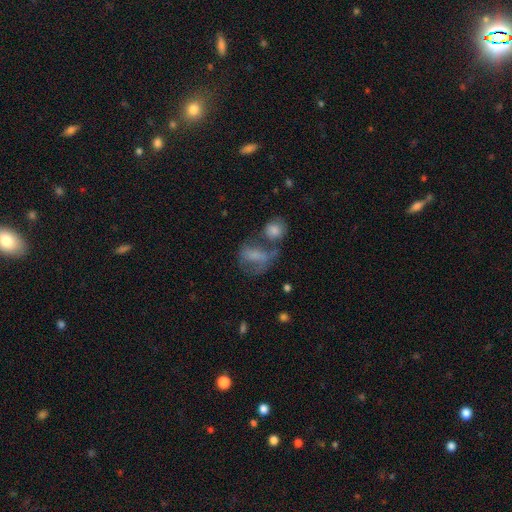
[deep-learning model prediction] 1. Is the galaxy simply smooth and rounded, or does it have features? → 56% smooth, 31% featured or disk, 12% star or artifact.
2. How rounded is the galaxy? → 60% in between, 37% round, 3% cigar-shaped.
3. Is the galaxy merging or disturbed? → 36% merger, 26% none, 22% major disturbance, 16% minor disturbance.